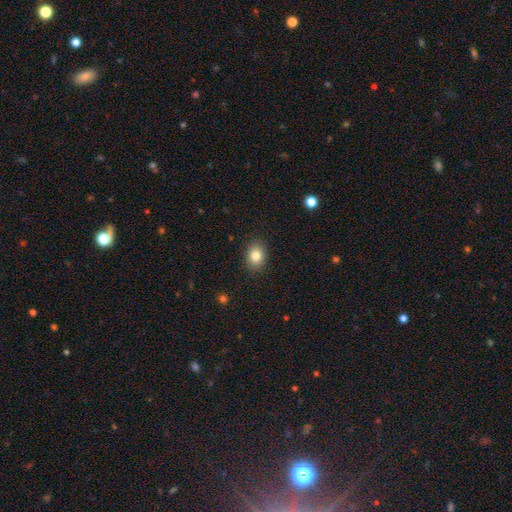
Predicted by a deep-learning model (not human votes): This appears to be a smooth galaxy with no disk features (84%) that is in between round and cigar-shaped (59%). Merging: none (88%).